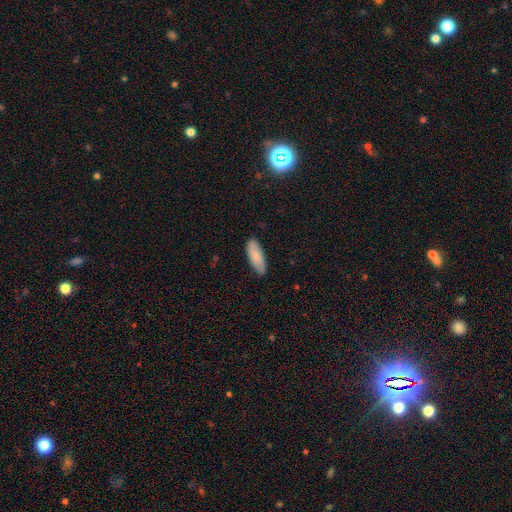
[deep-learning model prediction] Smooth or featured? Predicted: smooth (p=0.85). How rounded? Predicted: in between (p=0.70). Merging? Predicted: none (p=0.83).